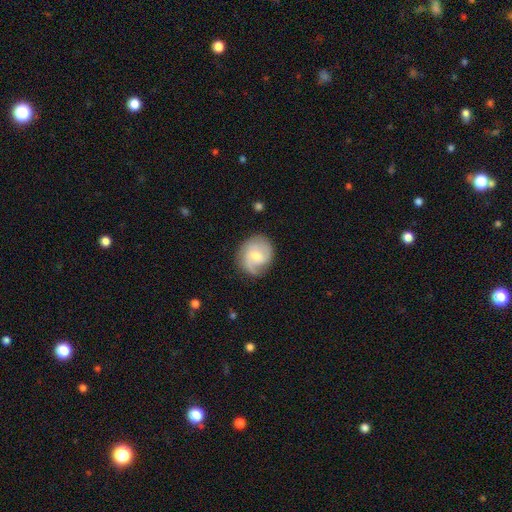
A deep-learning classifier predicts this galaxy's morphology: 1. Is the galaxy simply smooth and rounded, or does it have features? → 61% featured or disk, 32% smooth, 6% star or artifact.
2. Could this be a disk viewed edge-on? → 97% no, 3% yes.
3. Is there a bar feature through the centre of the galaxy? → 48% weak, 44% no, 8% strong.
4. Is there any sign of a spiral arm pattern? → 90% yes, 10% no.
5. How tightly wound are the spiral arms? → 42% medium, 33% tight, 24% loose.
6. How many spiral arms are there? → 45% 2, 23% 1, 18% can't tell, 9% 3, 2% 4, 2% more than 4.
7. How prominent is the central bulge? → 47% small, 45% moderate, 3% large, 3% none, 1% dominant.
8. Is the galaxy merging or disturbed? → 70% none, 20% minor disturbance, 8% major disturbance, 2% merger.